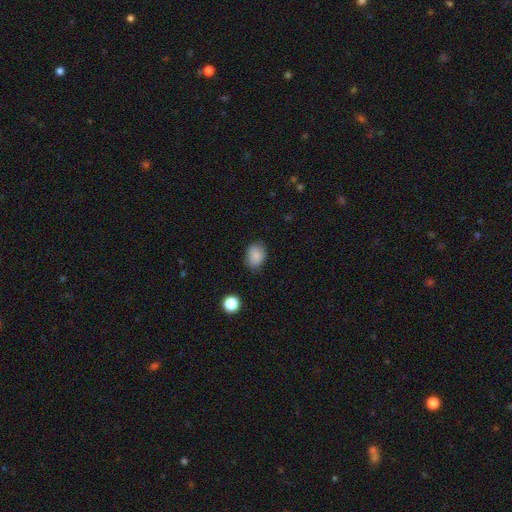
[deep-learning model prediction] This appears to be a smooth galaxy with no disk features (87%) that is in between round and cigar-shaped (63%). Merging: none (79%).